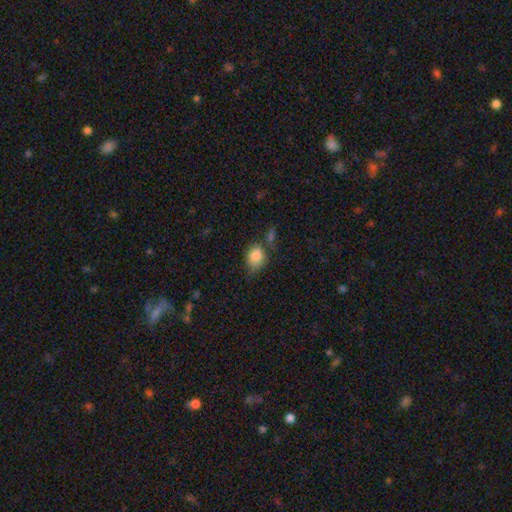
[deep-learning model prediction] A smooth galaxy with no disk features (84%) that is in between round and cigar-shaped (54%). Merging: none (53%).